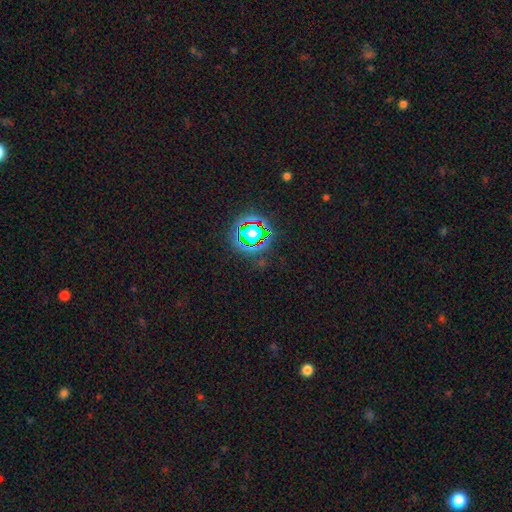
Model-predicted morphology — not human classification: A star or artifact, not a galaxy (78%).

Vote fractions:
- Smooth or featured? star or artifact: 78% / smooth: 14% / featured or disk: 8%